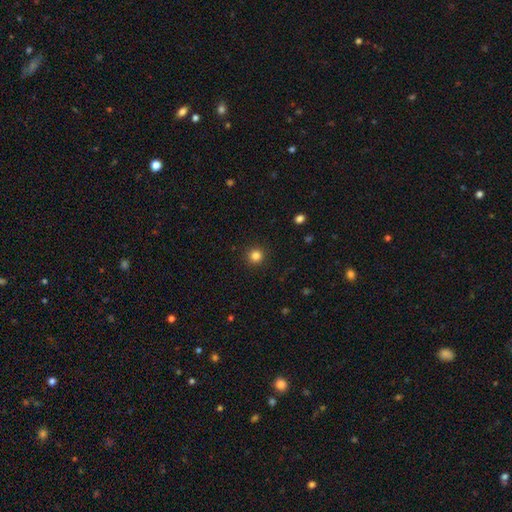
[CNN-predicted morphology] type=smooth (83%); roundness=round (95%); merging=none (92%).